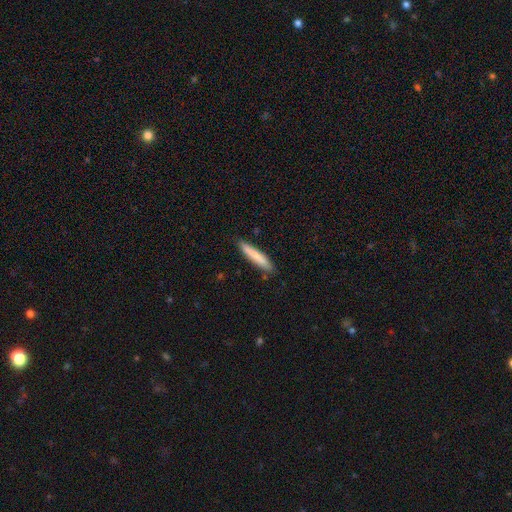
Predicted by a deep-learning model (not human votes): smooth 79%, featured or disk 15%, star or artifact 6%. Down the decision tree: how rounded — cigar-shaped (93%); merging — none (86%).